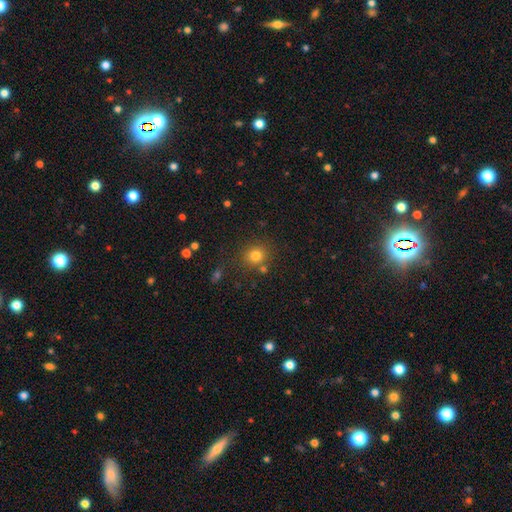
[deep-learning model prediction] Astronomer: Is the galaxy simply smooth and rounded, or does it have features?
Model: smooth — 79%.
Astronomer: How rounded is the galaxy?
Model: round — 84%.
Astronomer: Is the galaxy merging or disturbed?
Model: none — 79%.